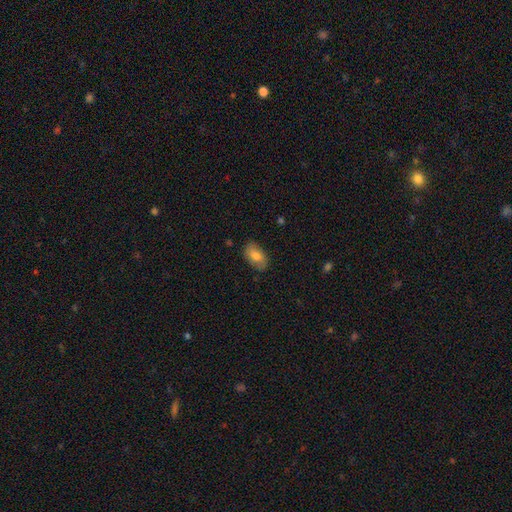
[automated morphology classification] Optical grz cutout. It shows a smooth galaxy with no disk features (77%) that is in between round and cigar-shaped (92%). Merging: none (80%).